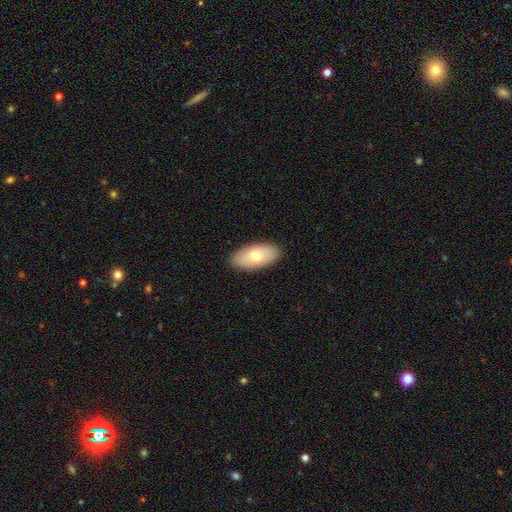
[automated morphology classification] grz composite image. It shows a smooth galaxy with no disk features (72%) that is in between round and cigar-shaped (93%). Merging: none (88%).